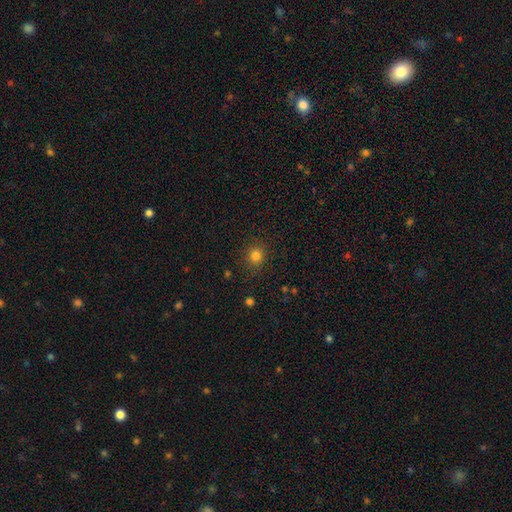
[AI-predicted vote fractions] Smooth or featured: smooth — 81% (star or artifact — 14%)
How rounded: round — 85% (in between — 14%)
Merging: none — 87% (minor disturbance — 8%)